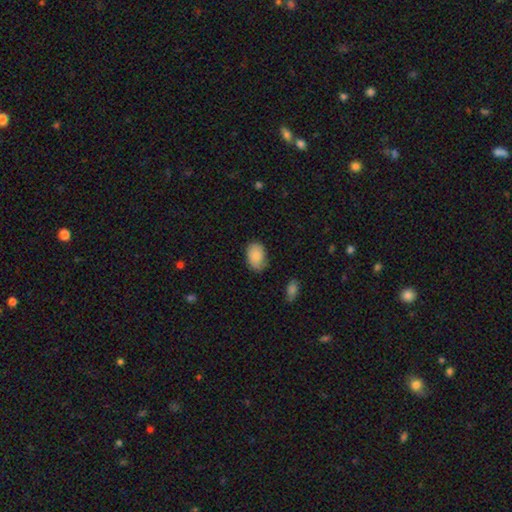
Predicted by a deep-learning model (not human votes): This is clearly a smooth galaxy (84%). How rounded: clearly in between (85%). Merging: likely none (71%).